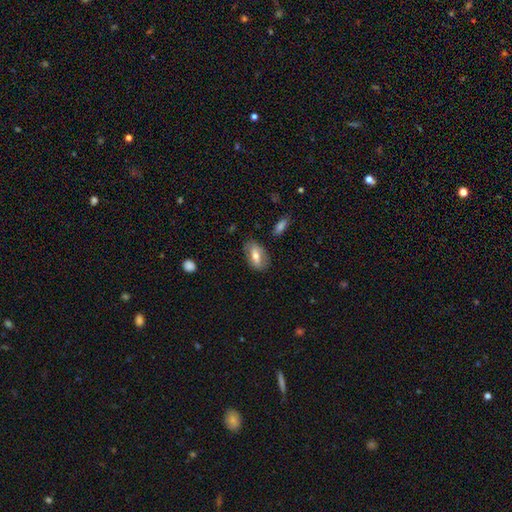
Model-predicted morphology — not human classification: smooth_or_featured: smooth (p=0.57) [alt: featured or disk p=0.36]
how_rounded: in between (p=0.87) [alt: cigar-shaped p=0.06]
merging: none (p=0.78) [alt: minor disturbance p=0.16]